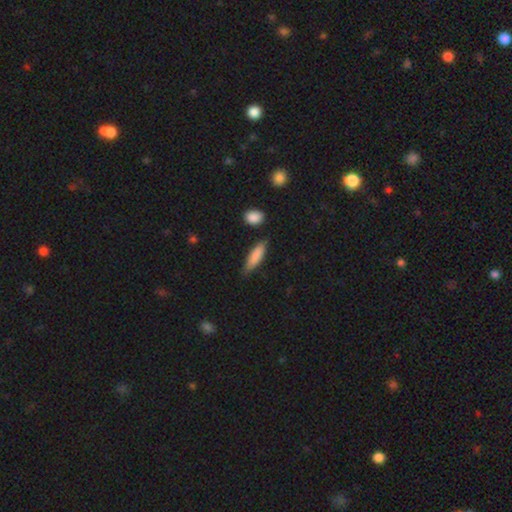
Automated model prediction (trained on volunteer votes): Smooth or featured?
  - smooth: 82% *
  - featured or disk: 12%
  - star or artifact: 6%
How rounded?
  - cigar-shaped: 62% *
  - in between: 36%
  - round: 2%
Merging?
  - none: 74% *
  - minor disturbance: 19%
  - merger: 4%
  - major disturbance: 4%